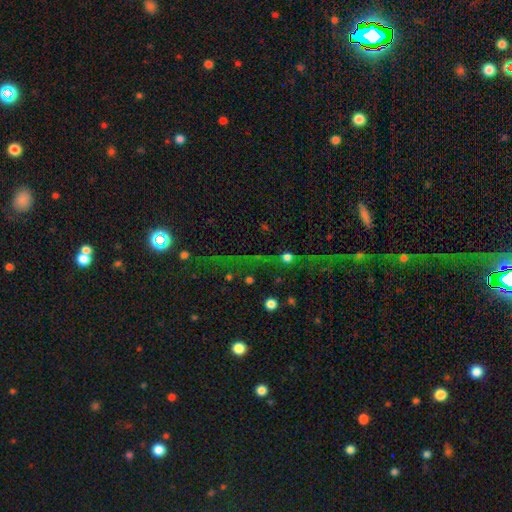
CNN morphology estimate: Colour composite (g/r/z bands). It shows a star or artifact, not a galaxy (74%).